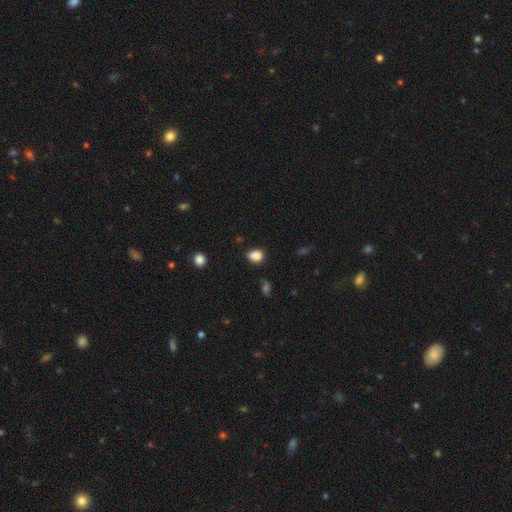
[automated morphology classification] smooth 85%, star or artifact 11%, featured or disk 4%. Down the decision tree: how rounded — in between (58%); merging — none (72%).